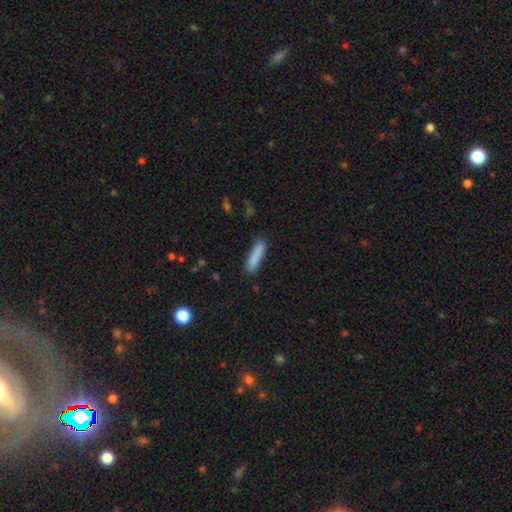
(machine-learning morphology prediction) Smooth or featured? Predicted: smooth (p=0.86). How rounded? Predicted: cigar-shaped (p=0.74). Merging? Predicted: none (p=0.80).